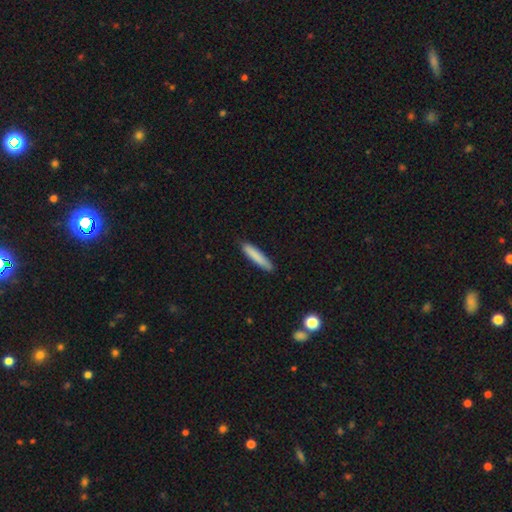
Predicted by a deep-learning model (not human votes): Q: Smooth or featured?
A: smooth (84%); runner-up: featured or disk (10%)
Q: How rounded?
A: cigar-shaped (89%); runner-up: in between (10%)
Q: Merging?
A: none (87%); runner-up: minor disturbance (10%)